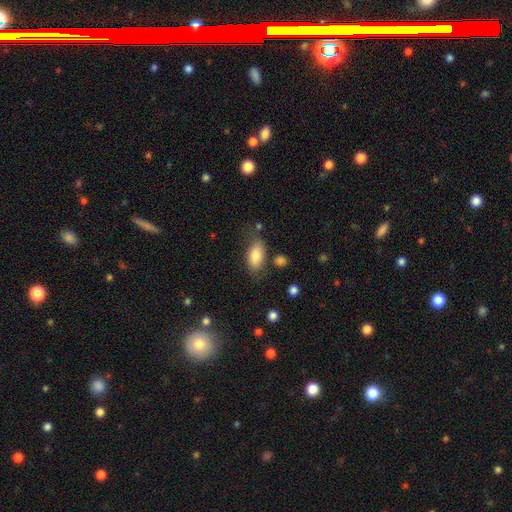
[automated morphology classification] This appears to be a smooth galaxy with no disk features (80%) that is in between round and cigar-shaped (89%). Merging: none (68%).